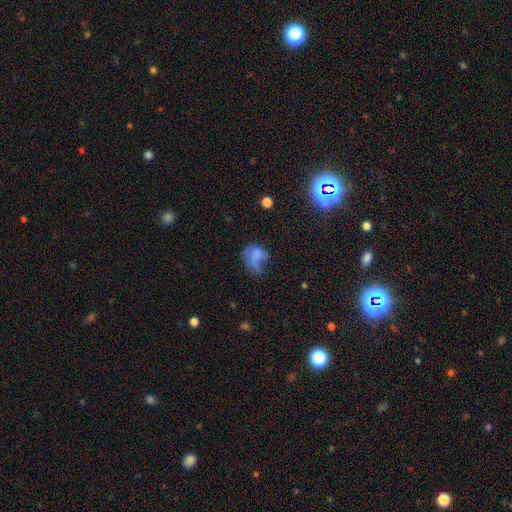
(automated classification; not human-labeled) smooth-or-featured: smooth: 56% | featured or disk: 29% | star or artifact: 15%
  how-rounded: in between: 58% | round: 40% | cigar-shaped: 2%
  merging: major disturbance: 43% | none: 26% | minor disturbance: 26% | merger: 5%